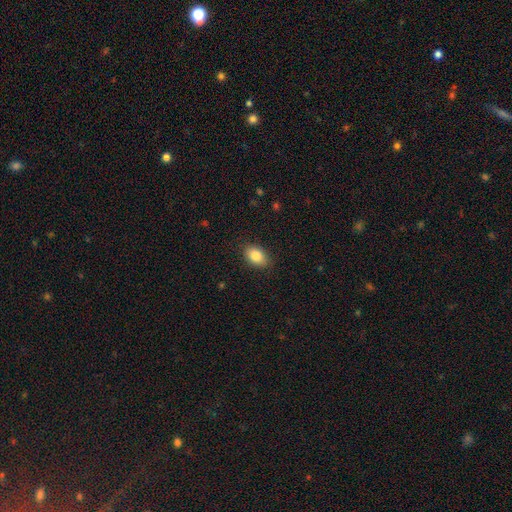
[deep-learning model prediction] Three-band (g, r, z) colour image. It shows a smooth galaxy with no disk features (85%) that is in between round and cigar-shaped (84%). Merging: none (87%).